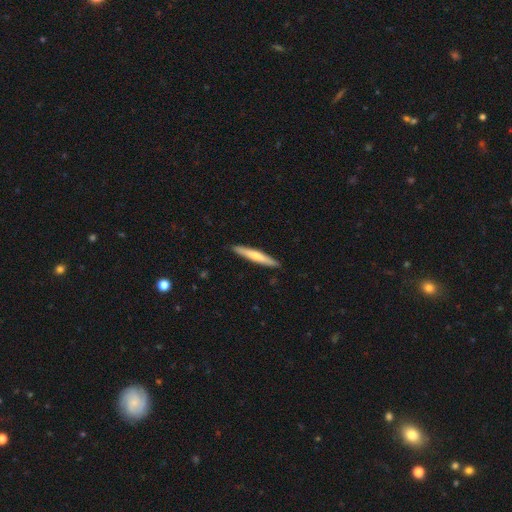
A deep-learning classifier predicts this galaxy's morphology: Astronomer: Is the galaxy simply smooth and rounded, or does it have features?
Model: smooth — 58% (runner-up: featured or disk, 37%).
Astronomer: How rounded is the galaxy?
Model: cigar-shaped — 94%.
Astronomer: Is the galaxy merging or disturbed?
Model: none — 91%.